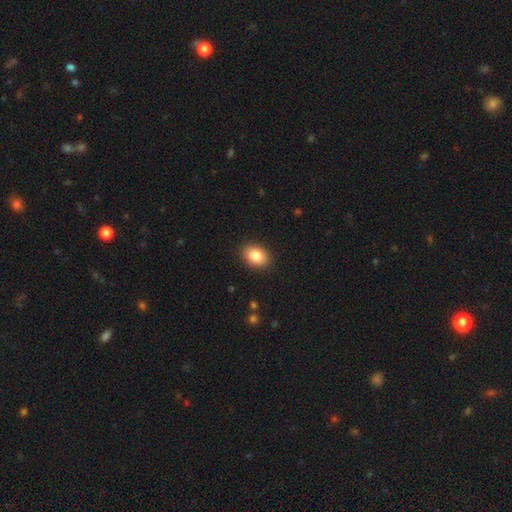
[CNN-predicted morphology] Smooth or featured: smooth — 85% (star or artifact — 8%)
How rounded: in between — 74% (round — 25%)
Merging: none — 89% (minor disturbance — 8%)